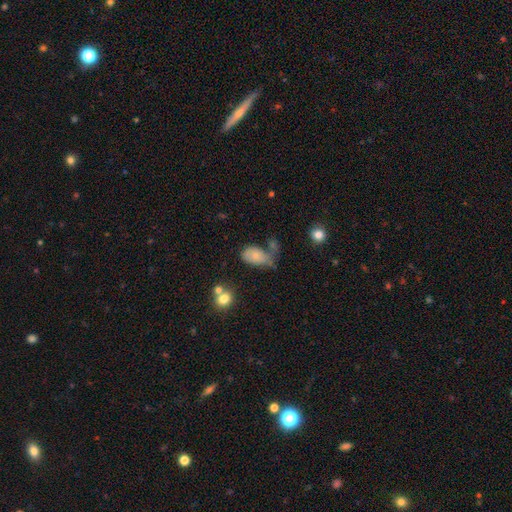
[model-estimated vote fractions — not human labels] Smooth or featured: smooth — 66% (featured or disk — 25%)
How rounded: in between — 86% (round — 13%)
Merging: major disturbance — 27% (tied with none — 27%)